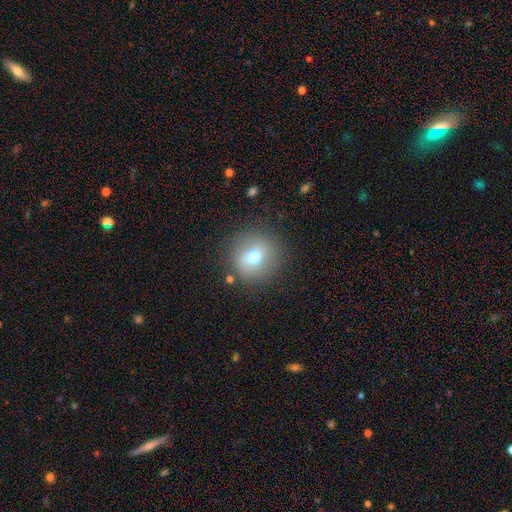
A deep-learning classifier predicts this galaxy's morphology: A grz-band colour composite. It shows a smooth galaxy with no disk features (69%) that is round (93%). Merging: none (85%).